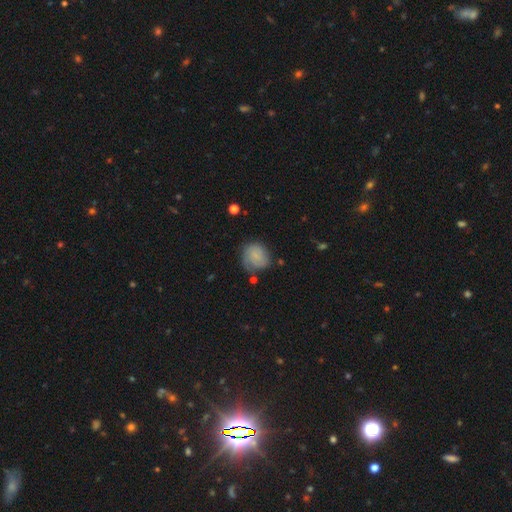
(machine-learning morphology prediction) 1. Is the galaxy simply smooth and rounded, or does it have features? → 58% smooth, 33% featured or disk, 9% star or artifact.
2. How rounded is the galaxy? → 75% round, 24% in between, 1% cigar-shaped.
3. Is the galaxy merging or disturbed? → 60% none, 25% minor disturbance, 11% major disturbance, 4% merger.